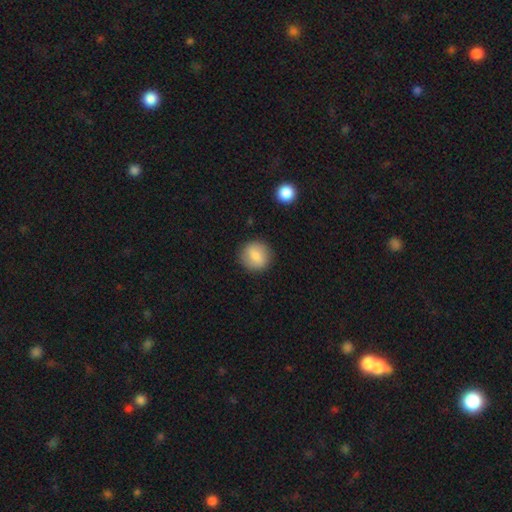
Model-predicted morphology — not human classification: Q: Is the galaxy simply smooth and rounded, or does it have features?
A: smooth — 83%.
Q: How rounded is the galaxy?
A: round — 87%.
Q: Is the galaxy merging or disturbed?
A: none — 88%.